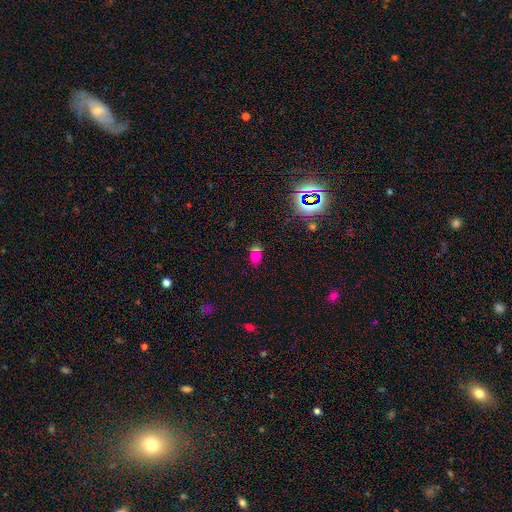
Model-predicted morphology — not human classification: This is likely a smooth galaxy (65%). How rounded: likely in between (70%). Merging: possibly none (51%).